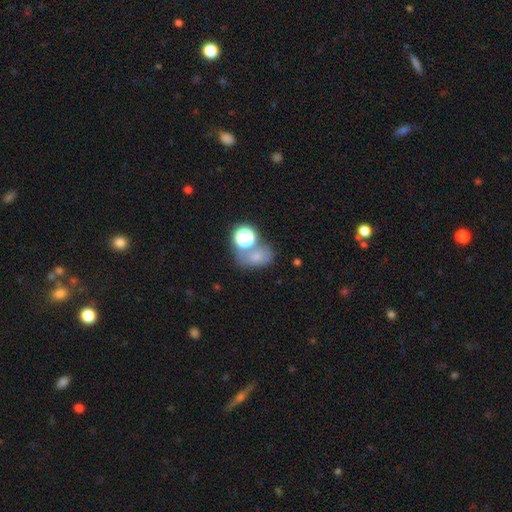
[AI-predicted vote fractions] A smooth galaxy with no disk features (62%) that is in between round and cigar-shaped (59%).

Vote fractions:
- Smooth or featured? smooth: 62% / star or artifact: 24% / featured or disk: 14%
- How rounded? in between: 59% / round: 39% / cigar-shaped: 1%
- Merging? none: 45% / merger: 29% / minor disturbance: 16% / major disturbance: 11%